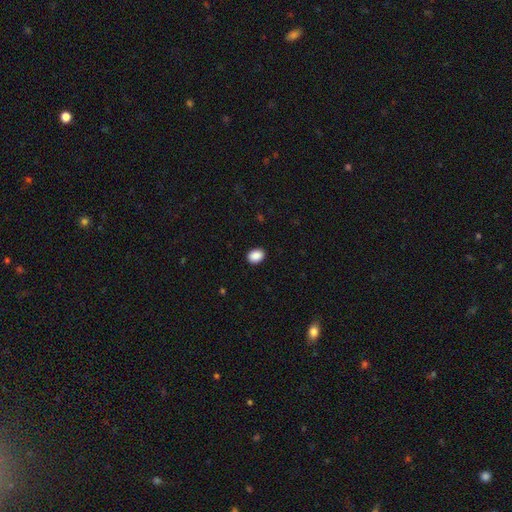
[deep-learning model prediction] smooth_or_featured: smooth (p=0.90) [alt: star or artifact p=0.08]
how_rounded: in between (p=0.63) [alt: round p=0.36]
merging: none (p=0.91) [alt: minor disturbance p=0.07]